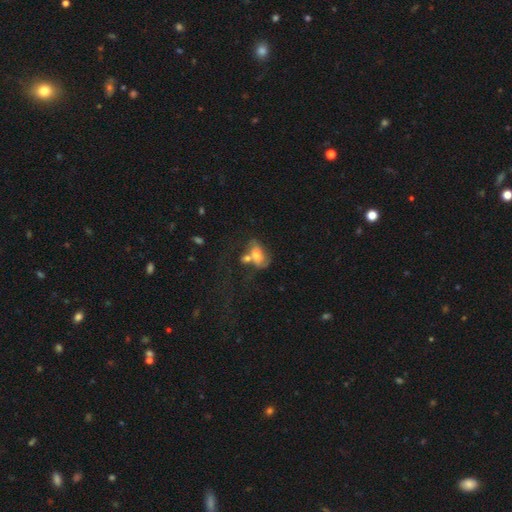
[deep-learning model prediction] smooth-or-featured: smooth: 51% | featured or disk: 38% | star or artifact: 11%
  how-rounded: in between: 84% | round: 13% | cigar-shaped: 3%
  merging: merger: 38% | none: 25% | major disturbance: 19% | minor disturbance: 18%